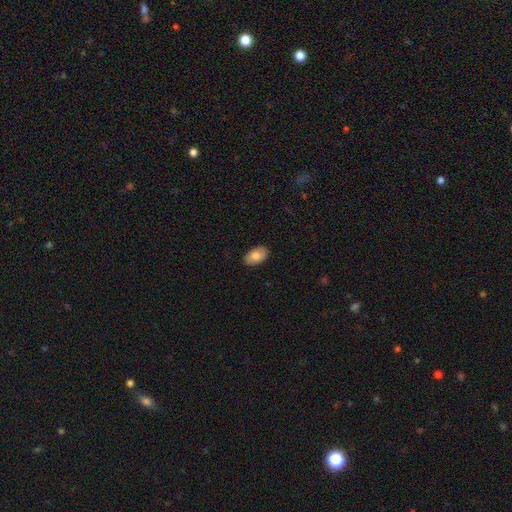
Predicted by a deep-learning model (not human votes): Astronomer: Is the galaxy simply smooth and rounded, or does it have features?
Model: smooth — 80%.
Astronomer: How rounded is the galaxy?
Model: in between — 93%.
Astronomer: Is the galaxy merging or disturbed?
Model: none — 88%.